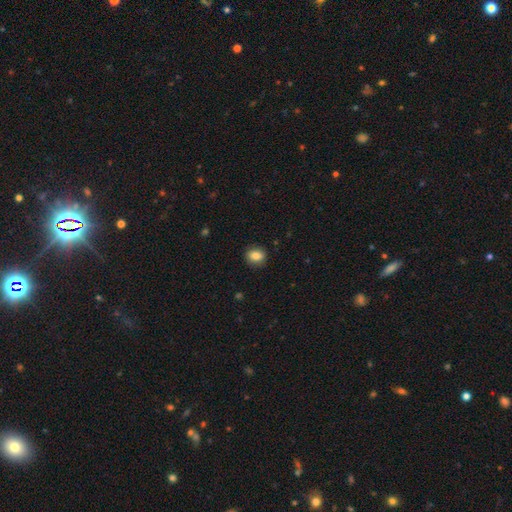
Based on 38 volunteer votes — Smooth or featured? smooth (87%)
How rounded? in between (61%)
Merging? none (94%)